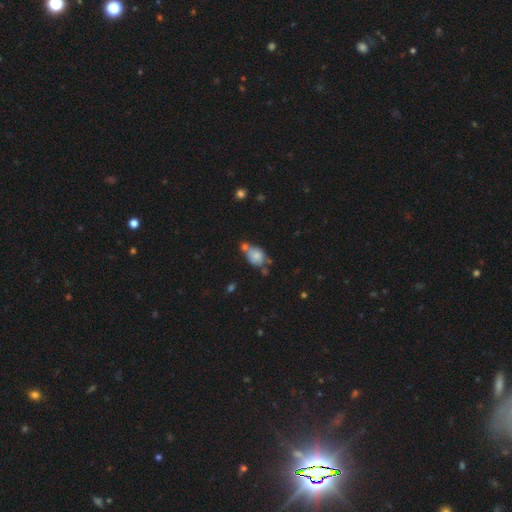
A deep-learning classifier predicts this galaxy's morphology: Smooth or featured? Predicted: smooth (p=0.74). How rounded? Predicted: in between (p=0.65). Merging? Predicted: none (p=0.37).